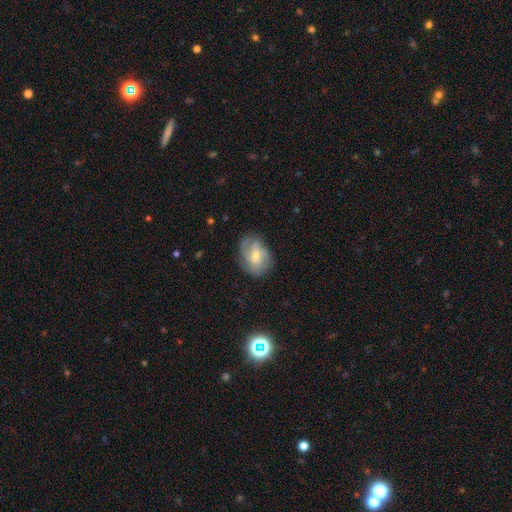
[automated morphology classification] Smooth or featured: featured or disk — 57% (smooth — 34%)
Edge-on disk: no — 96% (yes — 4%)
Bar: no — 47% (weak — 42%)
Spiral arms: yes — 80% (no — 20%)
Bulge size: small — 48% (moderate — 46%)
Merging: none — 70% (minor disturbance — 21%)